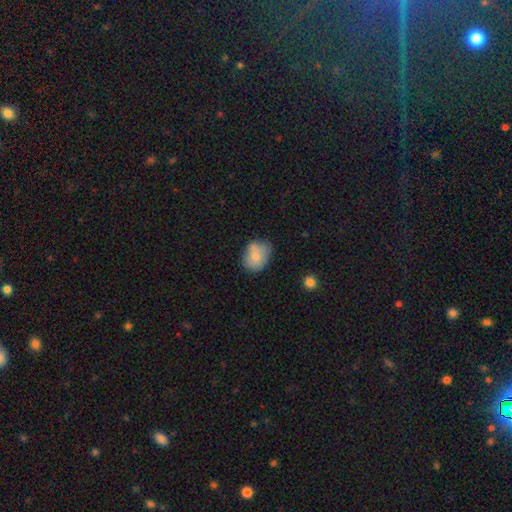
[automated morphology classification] type=smooth (76%); roundness=in between (54%); merging=none (55%).